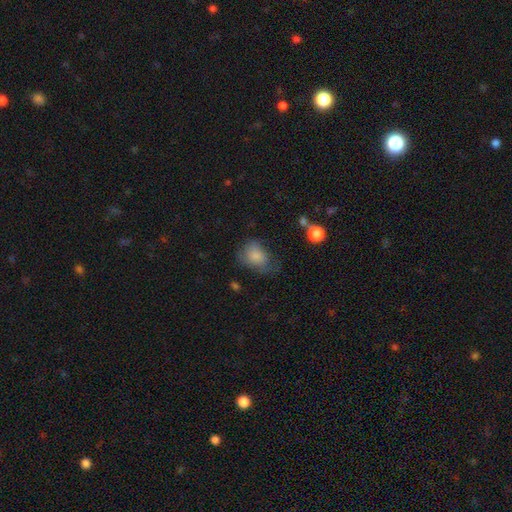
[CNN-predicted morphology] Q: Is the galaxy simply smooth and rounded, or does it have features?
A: smooth — 78%.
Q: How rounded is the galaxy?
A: in between — 66%.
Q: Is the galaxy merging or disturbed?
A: none — 39%.